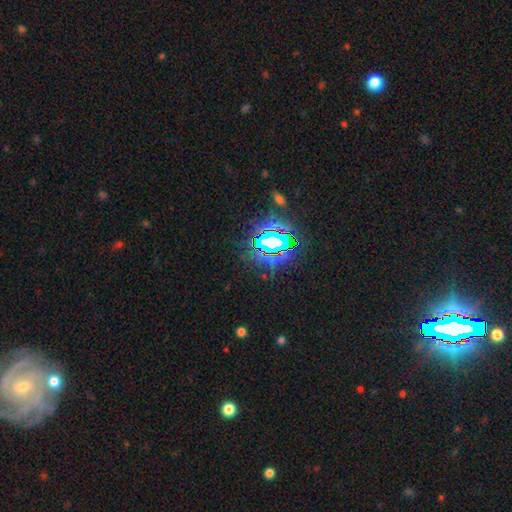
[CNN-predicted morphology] smooth_or_featured: star or artifact (p=0.78) [alt: featured or disk p=0.12]